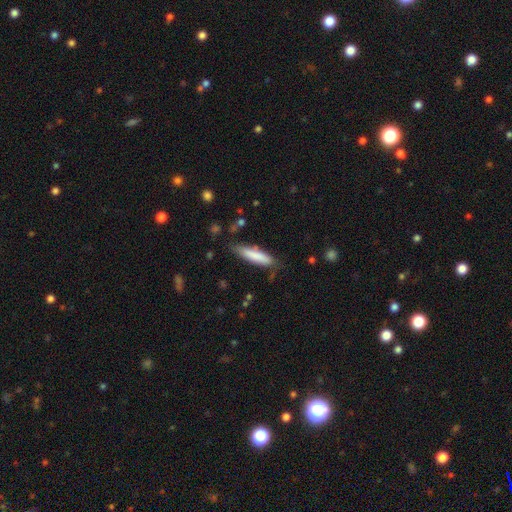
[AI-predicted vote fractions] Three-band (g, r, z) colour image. It shows a smooth galaxy with no disk features (80%) that is cigar-shaped (77%). Merging: none (73%).